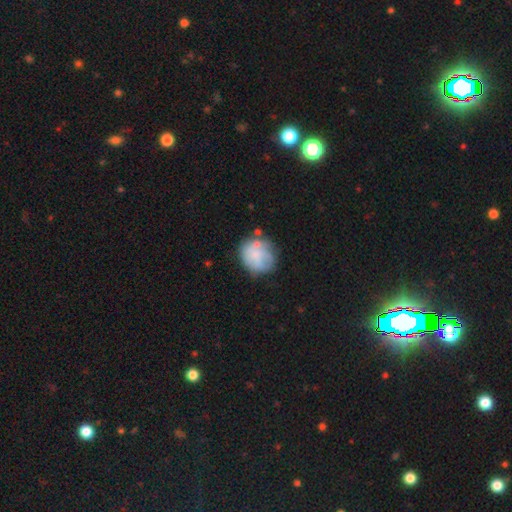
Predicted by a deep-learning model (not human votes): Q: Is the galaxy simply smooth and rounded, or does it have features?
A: smooth — 63%.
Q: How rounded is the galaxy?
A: round — 79%.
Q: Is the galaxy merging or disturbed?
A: none — 55%.